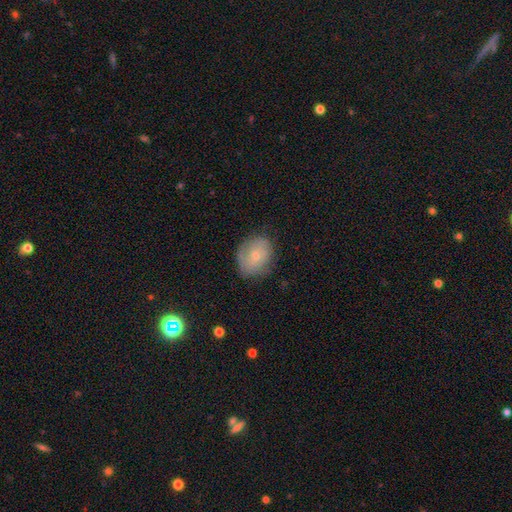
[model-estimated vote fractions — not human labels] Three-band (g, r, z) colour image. It shows a smooth galaxy with no disk features (48%). Merging: none (72%).